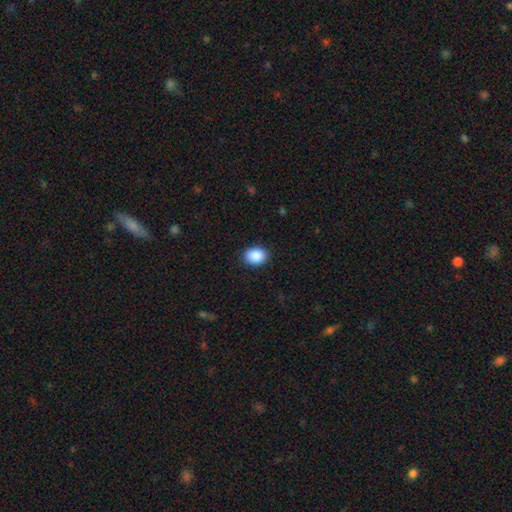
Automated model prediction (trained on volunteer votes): Smooth or featured: smooth — 90% (star or artifact — 8%)
How rounded: in between — 62% (round — 37%)
Merging: none — 89% (minor disturbance — 8%)